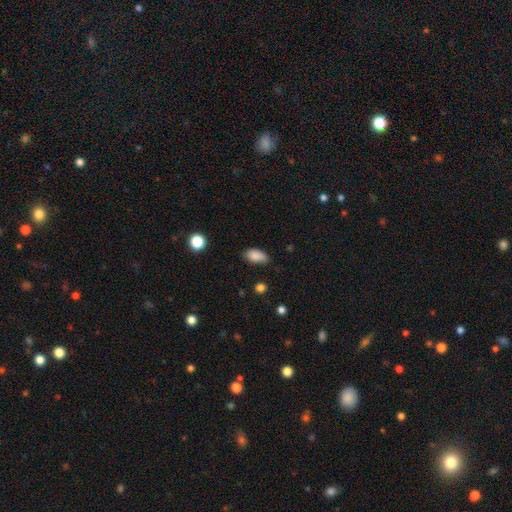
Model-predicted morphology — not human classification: type=smooth (86%); roundness=in between (91%); merging=none (62%).